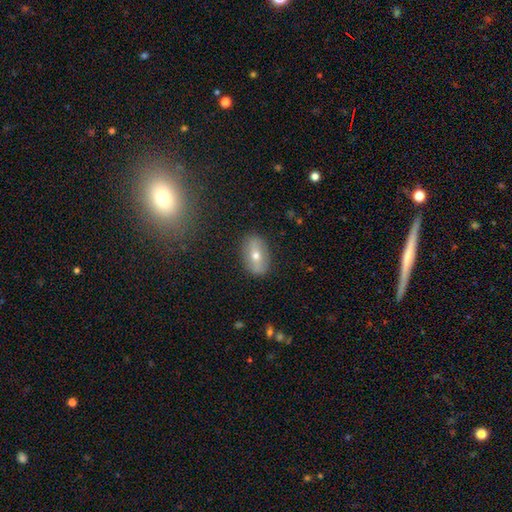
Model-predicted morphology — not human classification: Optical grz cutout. It shows a smooth galaxy with no disk features (51%) that is in between round and cigar-shaped (85%). Merging: none (86%).